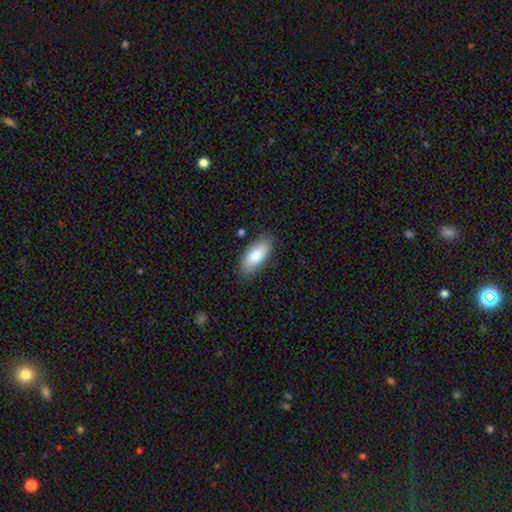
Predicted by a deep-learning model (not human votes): Smooth or featured: smooth — 77% (featured or disk — 17%)
How rounded: in between — 85% (cigar-shaped — 12%)
Merging: none — 85% (minor disturbance — 11%)